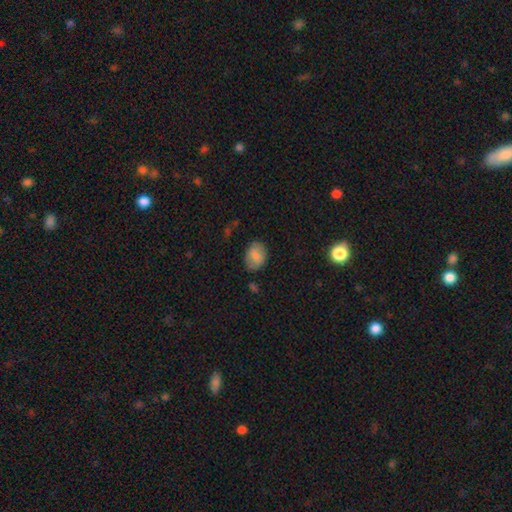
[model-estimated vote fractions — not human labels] smooth-or-featured: smooth: 79% | featured or disk: 13% | star or artifact: 8%
  how-rounded: in between: 74% | round: 25% | cigar-shaped: 1%
  merging: none: 76% | minor disturbance: 17% | major disturbance: 4% | merger: 2%